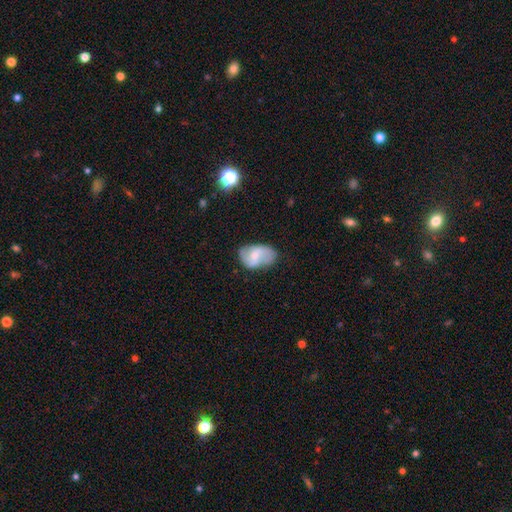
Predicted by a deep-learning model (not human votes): smooth-or-featured: featured or disk: 49% | smooth: 44% | star or artifact: 7%
  merging: none: 58% | minor disturbance: 29% | major disturbance: 9% | merger: 4%